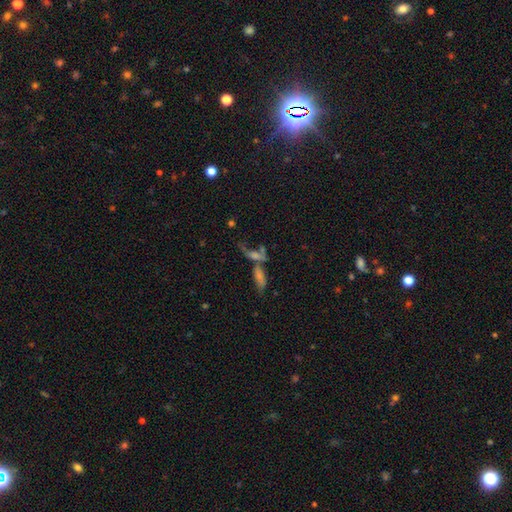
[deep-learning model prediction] This is marginally a smooth galaxy (39%). Merging: possibly merger (53%).